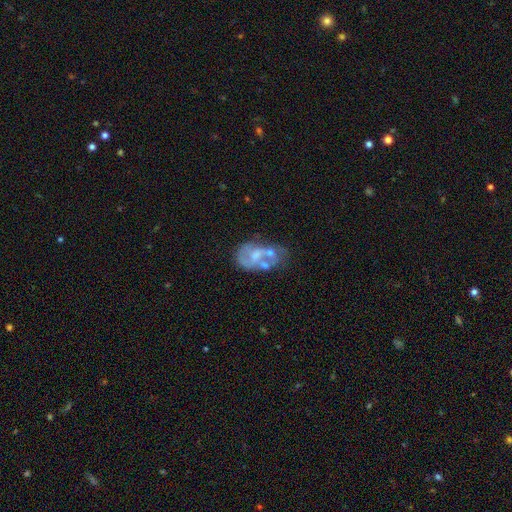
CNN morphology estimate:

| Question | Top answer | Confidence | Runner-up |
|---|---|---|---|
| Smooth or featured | featured or disk | 65% | smooth (26%) |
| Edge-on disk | no | 97% | yes (3%) |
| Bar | no | 67% | weak (26%) |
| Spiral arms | no | 60% | yes (40%) |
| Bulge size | moderate | 37% | small (29%) |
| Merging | merger | 32% | none (29%) |